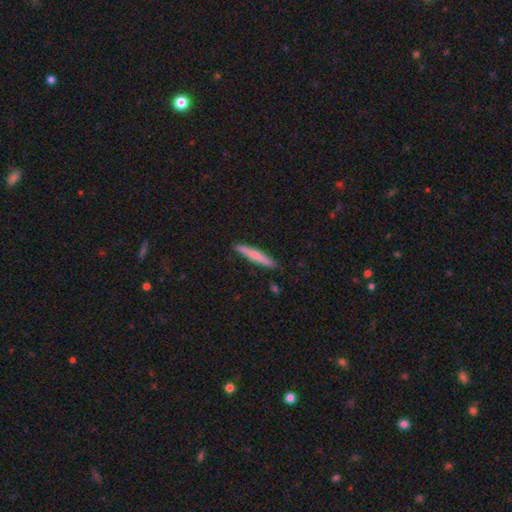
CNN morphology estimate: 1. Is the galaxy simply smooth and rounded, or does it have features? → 59% smooth, 33% featured or disk, 7% star or artifact.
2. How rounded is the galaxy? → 96% cigar-shaped, 3% in between, 1% round.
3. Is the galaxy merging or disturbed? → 89% none, 8% minor disturbance, 1% major disturbance, 1% merger.